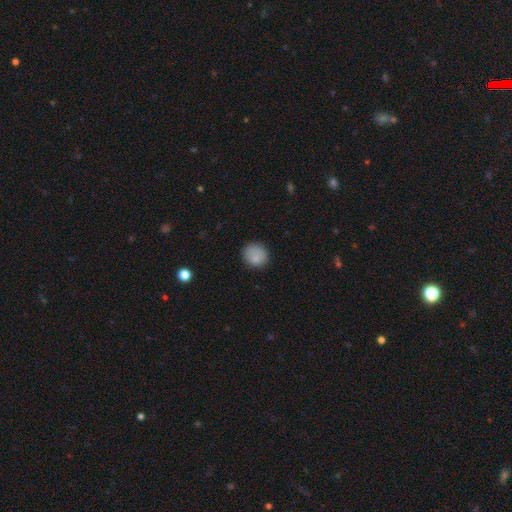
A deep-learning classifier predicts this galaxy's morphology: Overall: smooth (82%). How rounded: round (83%). Merging: none (81%).